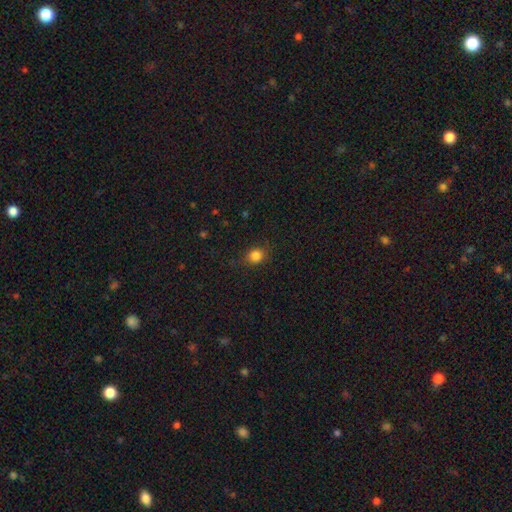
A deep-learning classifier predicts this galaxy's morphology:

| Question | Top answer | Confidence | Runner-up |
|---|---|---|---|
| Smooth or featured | smooth | 84% | star or artifact (12%) |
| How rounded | round | 74% | in between (24%) |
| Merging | none | 82% | minor disturbance (13%) |